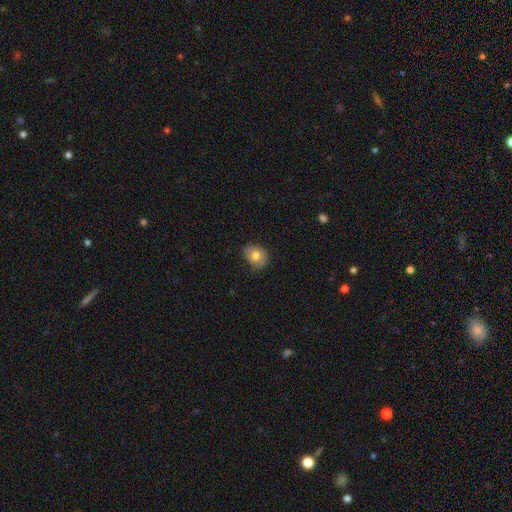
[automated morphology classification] The model was most divided on "how rounded": in between: 51%, round: 48%, cigar-shaped: 1%. More confident: merging — none (76%); smooth or featured — smooth (74%).